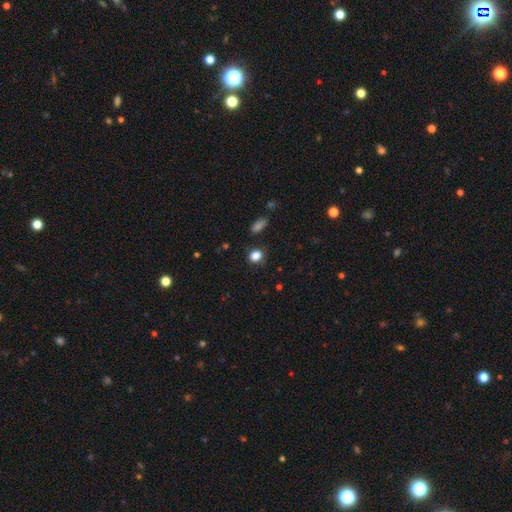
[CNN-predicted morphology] smooth_or_featured: smooth (p=0.84) [alt: star or artifact p=0.12]
how_rounded: round (p=0.61) [alt: in between p=0.38]
merging: none (p=0.83) [alt: minor disturbance p=0.12]